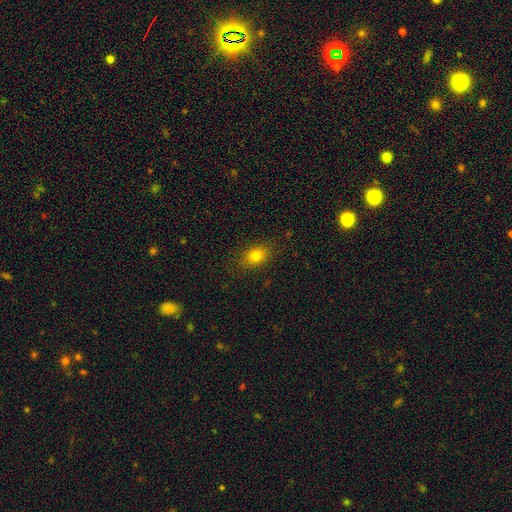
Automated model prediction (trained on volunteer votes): This is likely a smooth galaxy (79%). How rounded: likely in between (74%). Merging: clearly none (85%).